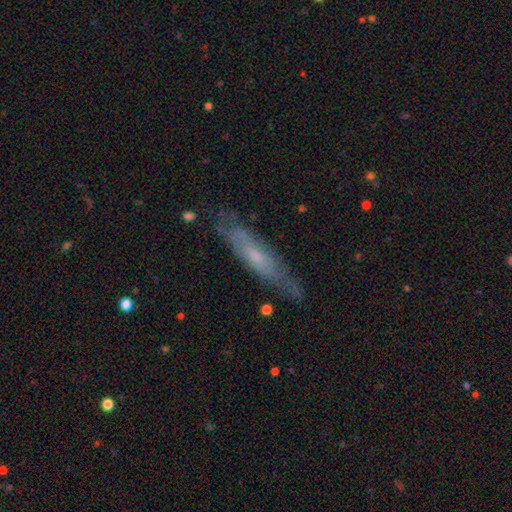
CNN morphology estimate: type=featured or disk (56%); edge-on=yes (56%); merging=none (73%).